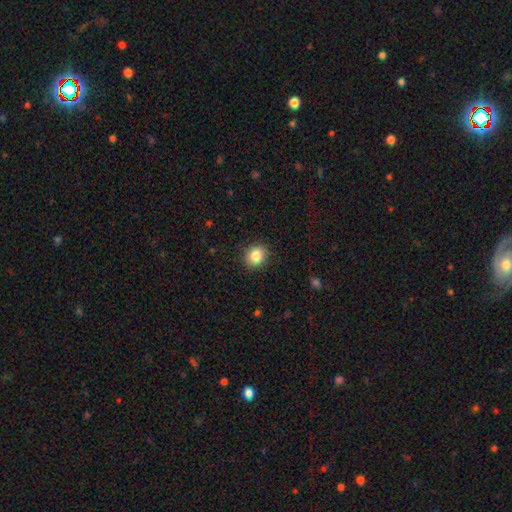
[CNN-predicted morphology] Overall: smooth (85%). How rounded: round (79%). Merging: none (89%).